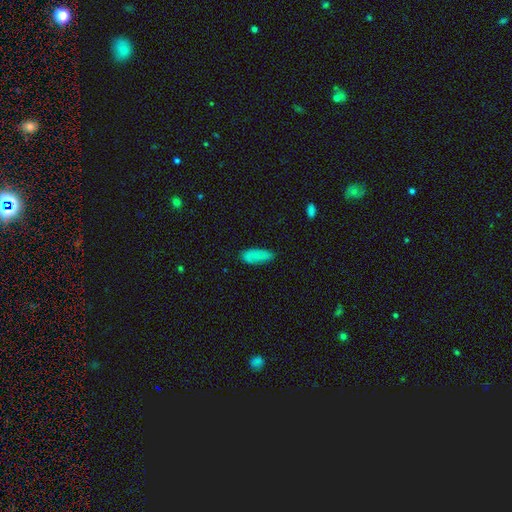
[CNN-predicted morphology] smooth-or-featured: smooth: 78% | featured or disk: 14% | star or artifact: 8%
  how-rounded: in between: 79% | cigar-shaped: 18% | round: 2%
  merging: none: 72% | minor disturbance: 21% | major disturbance: 5% | merger: 2%